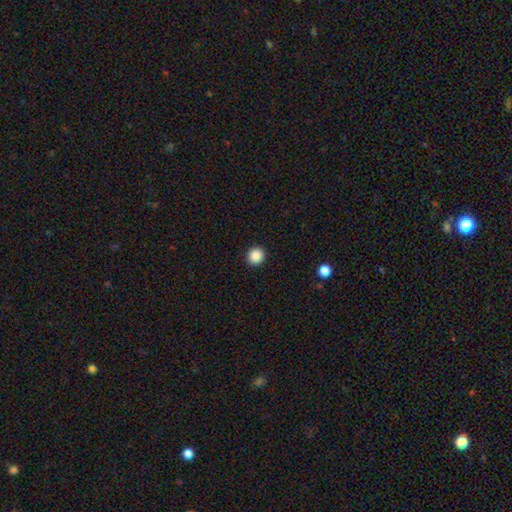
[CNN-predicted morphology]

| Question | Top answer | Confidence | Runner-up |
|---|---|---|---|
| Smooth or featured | smooth | 88% | star or artifact (10%) |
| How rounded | round | 91% | in between (8%) |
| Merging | none | 93% | minor disturbance (5%) |